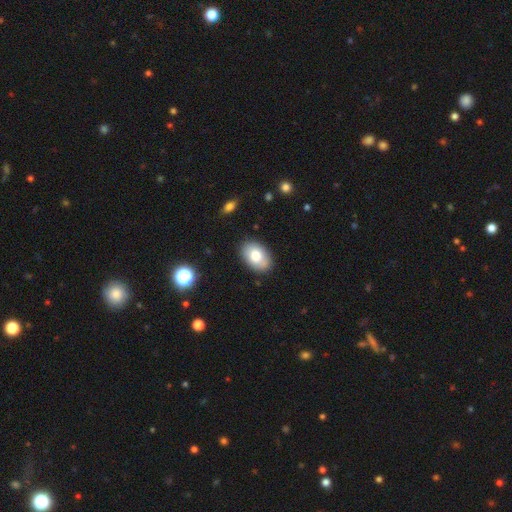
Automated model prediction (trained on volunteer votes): Smooth or featured?
  - smooth: 78% *
  - featured or disk: 15%
  - star or artifact: 7%
How rounded?
  - in between: 87% *
  - round: 12%
  - cigar-shaped: 1%
Merging?
  - none: 87% *
  - minor disturbance: 10%
  - major disturbance: 2%
  - merger: 1%